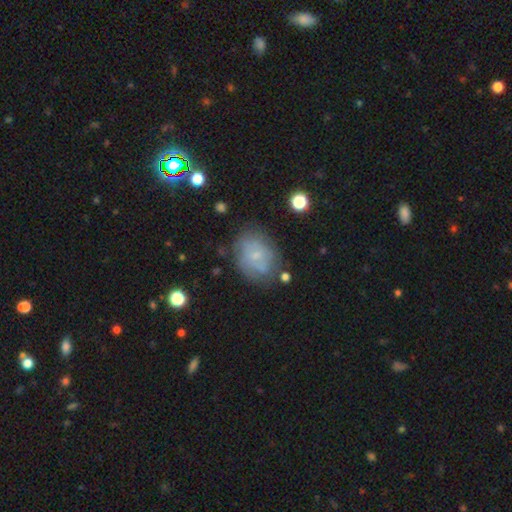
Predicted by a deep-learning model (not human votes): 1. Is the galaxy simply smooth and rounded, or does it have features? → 49% smooth, 41% featured or disk, 10% star or artifact.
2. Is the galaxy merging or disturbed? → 64% none, 23% minor disturbance, 9% major disturbance, 4% merger.